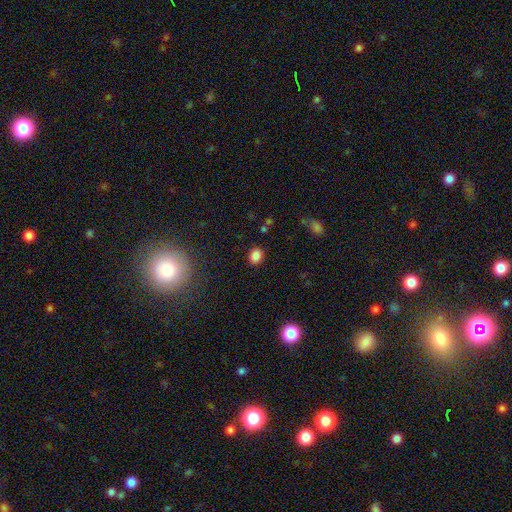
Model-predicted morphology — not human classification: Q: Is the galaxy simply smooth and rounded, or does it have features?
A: smooth — 85%.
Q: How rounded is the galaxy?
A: in between — 54%.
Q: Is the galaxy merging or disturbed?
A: none — 87%.